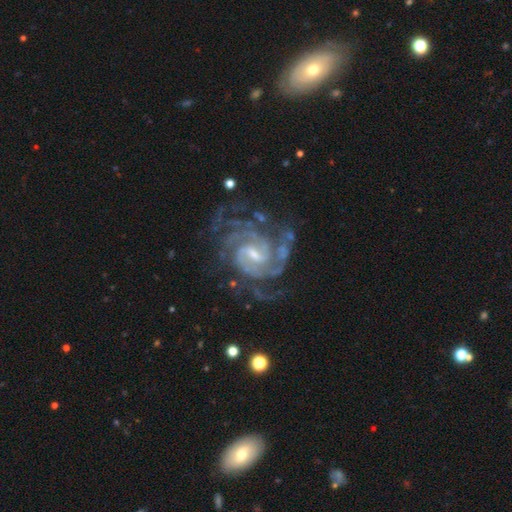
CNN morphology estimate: featured or disk 92%, star or artifact 5%, smooth 3%. Down the decision tree: edge-on disk — no (98%); bar — weak (56%); spiral arms — yes (98%); spiral arm count — 2 (26%); spiral winding — tight (64%); bulge size — small (56%); merging — none (68%).